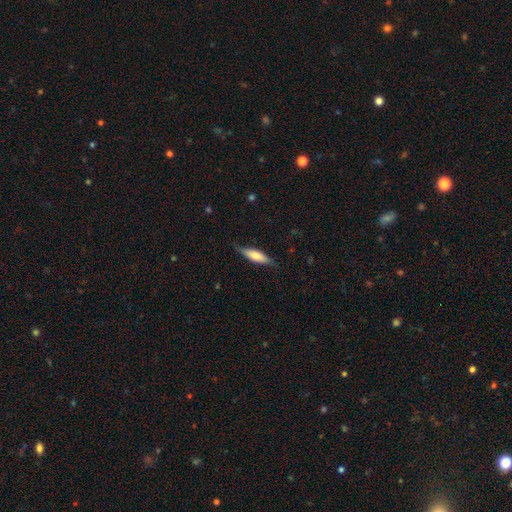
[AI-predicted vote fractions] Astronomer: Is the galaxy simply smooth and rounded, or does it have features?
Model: smooth — 69%.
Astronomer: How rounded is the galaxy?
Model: cigar-shaped — 57% (runner-up: in between, 41%).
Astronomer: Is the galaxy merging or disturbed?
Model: none — 71%.